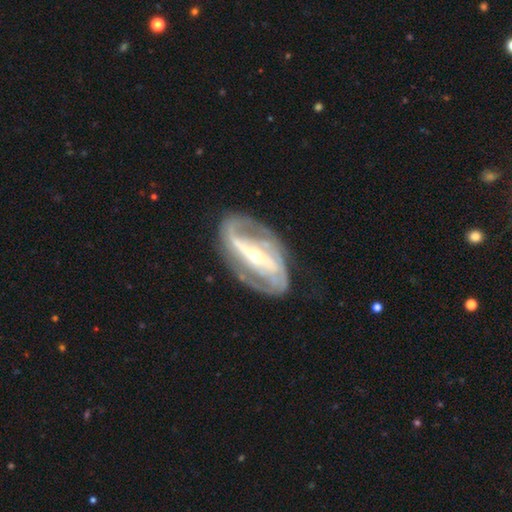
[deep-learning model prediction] Smooth or featured?
  - featured or disk: 89% *
  - smooth: 6%
  - star or artifact: 5%
Edge-on disk?
  - no: 94% *
  - yes: 6%
Bar?
  - strong: 64% *
  - weak: 21%
  - no: 16%
Spiral arms?
  - yes: 93% *
  - no: 7%
Spiral winding?
  - medium: 43% *
  - tight: 28%
  - loose: 28%
Spiral arm count?
  - 2: 78% *
  - can't tell: 8%
  - 3: 6%
  - 1: 3%
  - 4: 2%
  - more than 4: 2%
Bulge size?
  - small: 65% *
  - moderate: 31%
  - large: 2%
  - none: 1%
  - dominant: 1%
Merging?
  - none: 73% *
  - minor disturbance: 16%
  - major disturbance: 10%
  - merger: 2%